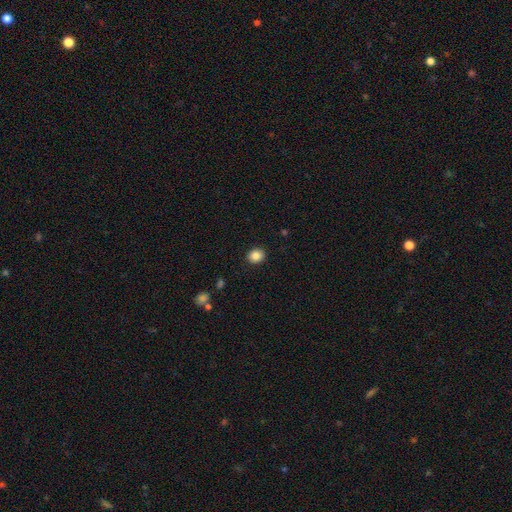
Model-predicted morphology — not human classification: Smooth or featured? smooth (85%)
How rounded? round (69%)
Merging? none (91%)